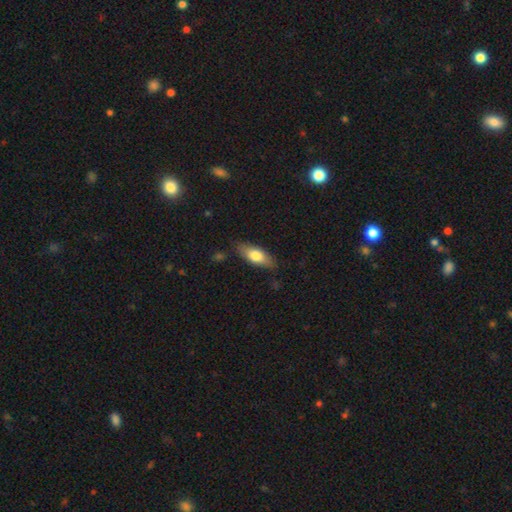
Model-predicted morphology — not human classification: This is likely a smooth galaxy (72%). How rounded: likely in between (75%). Merging: clearly none (82%).